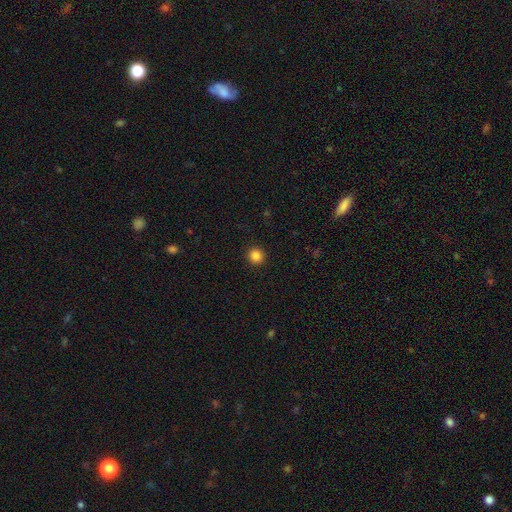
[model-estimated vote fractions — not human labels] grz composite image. It shows a smooth galaxy with no disk features (85%) that is round (95%). Merging: none (93%).